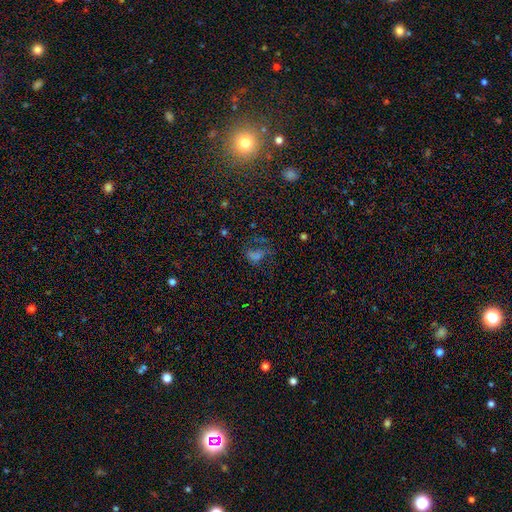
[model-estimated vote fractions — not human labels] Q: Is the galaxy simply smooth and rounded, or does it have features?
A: star or artifact — 45%.